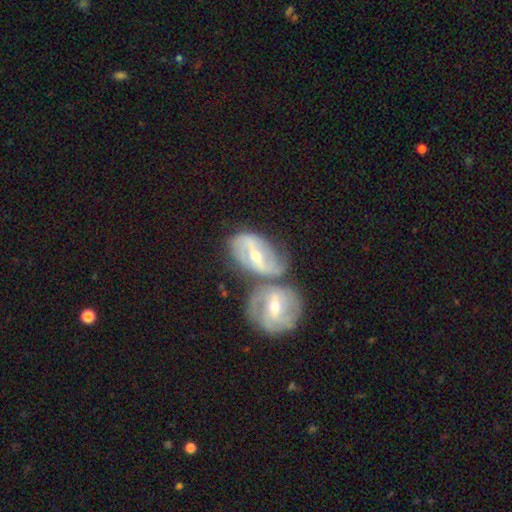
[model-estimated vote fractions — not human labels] Overall: featured or disk (78%). Edge-on disk: no (94%). Bar: strong (52%; weak 35%). Spiral arms: yes (88%). Spiral arm count: 2 (73%). Spiral winding: medium (44%; tight 32%). Bulge size: moderate (59%; small 37%). Merging: merger (57%; none 27%).